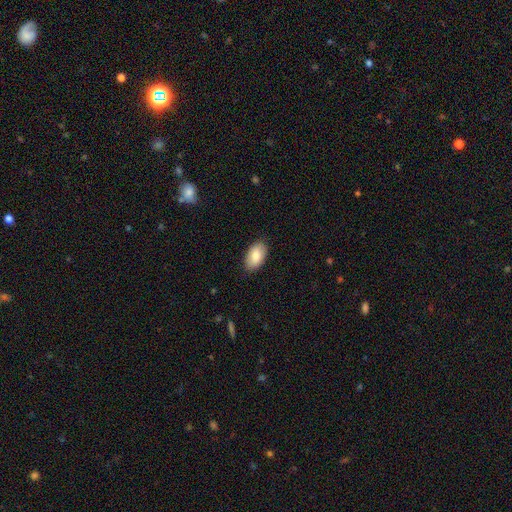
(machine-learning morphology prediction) Smooth or featured? smooth (84%)
How rounded? in between (94%)
Merging? none (86%)